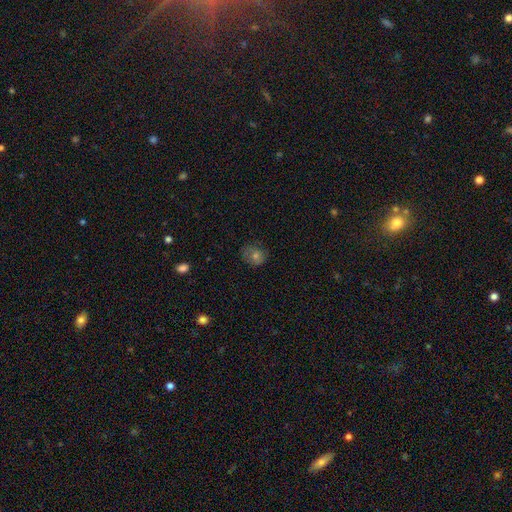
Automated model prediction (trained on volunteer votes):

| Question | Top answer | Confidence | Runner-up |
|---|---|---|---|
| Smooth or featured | smooth | 63% | featured or disk (21%) |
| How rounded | round | 73% | in between (26%) |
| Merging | none | 73% | minor disturbance (19%) |